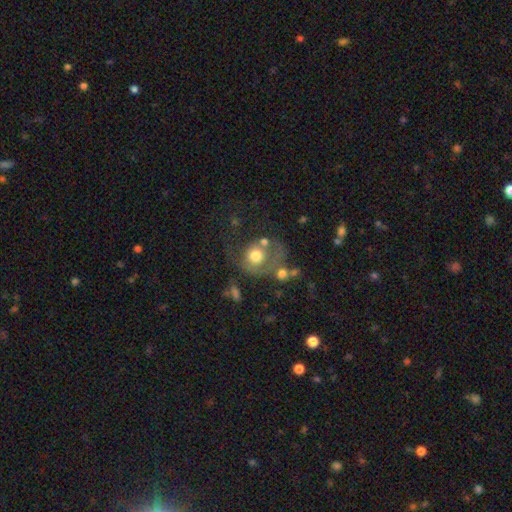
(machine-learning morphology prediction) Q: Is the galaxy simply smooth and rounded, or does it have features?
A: smooth — 58%.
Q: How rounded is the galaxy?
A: round — 77%.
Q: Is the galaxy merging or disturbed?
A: major disturbance — 33%.